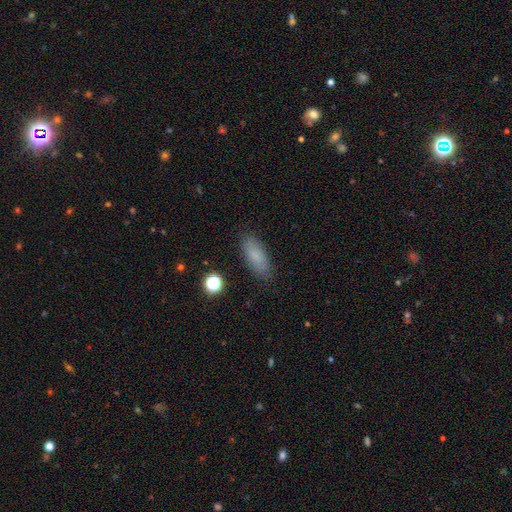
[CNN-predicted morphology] This is clearly a smooth galaxy (82%). How rounded: likely in between (76%). Merging: clearly none (84%).